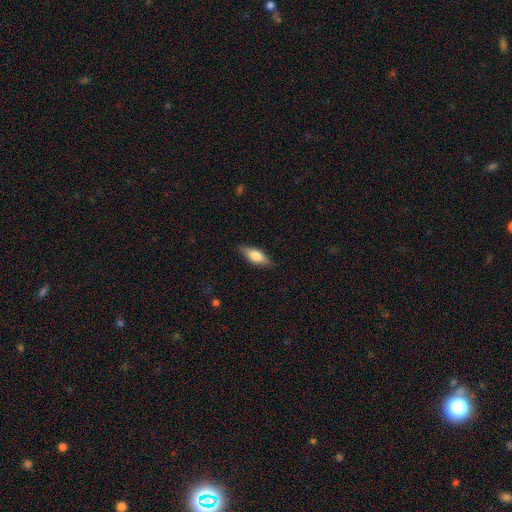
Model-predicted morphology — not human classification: type=smooth (66%); roundness=in between (72%); merging=none (85%).